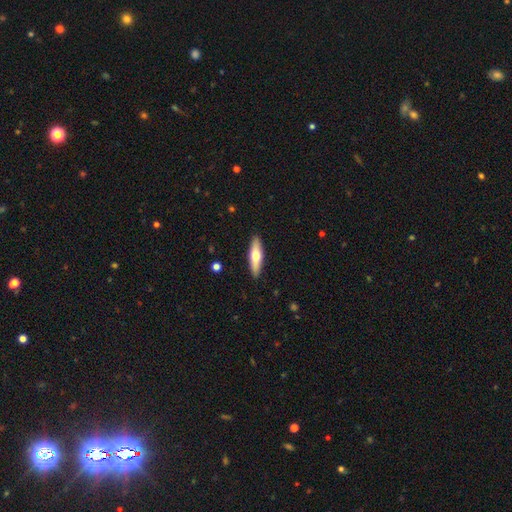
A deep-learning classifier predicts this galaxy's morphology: This is possibly a smooth galaxy (55%). How rounded: likely cigar-shaped (61%). Merging: clearly none (90%).